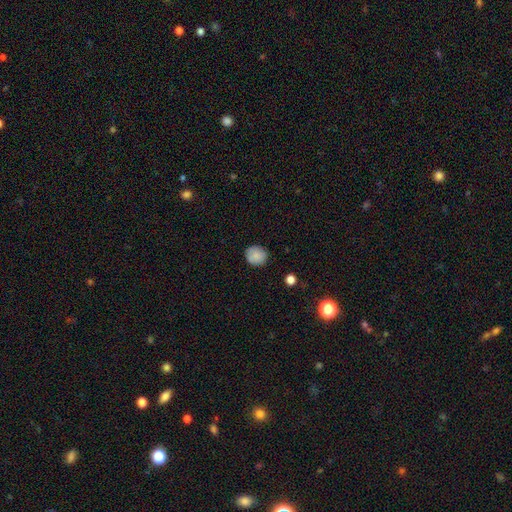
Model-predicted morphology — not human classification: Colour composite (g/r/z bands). It shows a smooth galaxy with no disk features (85%) that is round (81%). Merging: none (84%).